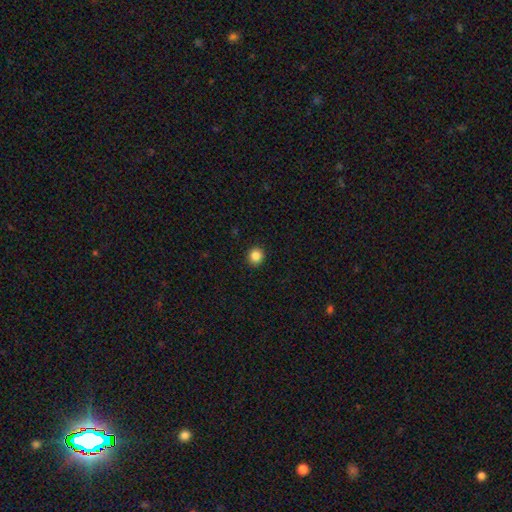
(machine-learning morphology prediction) This appears to be a smooth galaxy with no disk features (86%) that is round (92%). Merging: none (93%).